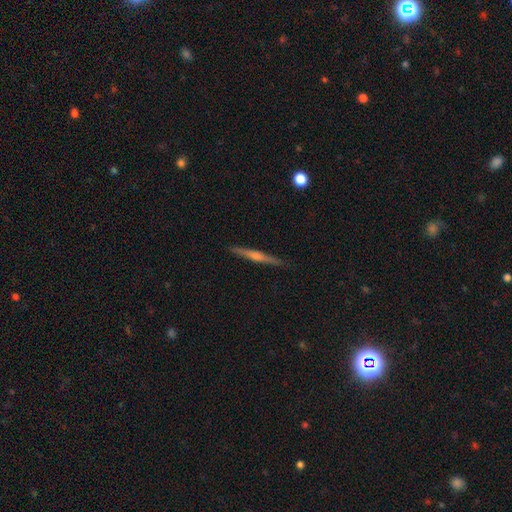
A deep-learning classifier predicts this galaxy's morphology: This appears to be a featured or disk galaxy (66%) viewed edge-on (98%) with a rounded central bulge (63%). Merging: none (92%).